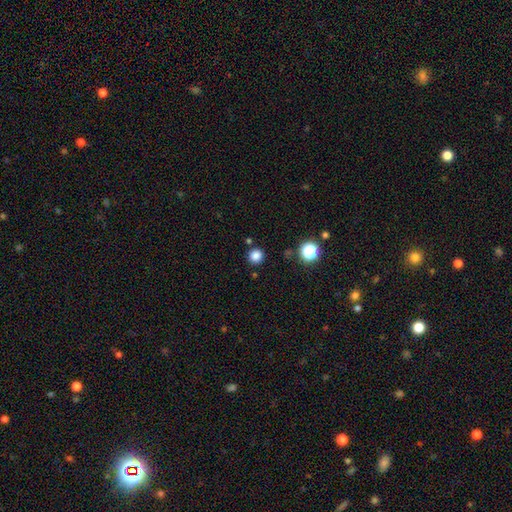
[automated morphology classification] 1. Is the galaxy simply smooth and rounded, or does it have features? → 83% smooth, 13% star or artifact, 3% featured or disk.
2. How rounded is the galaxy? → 94% round, 5% in between, 1% cigar-shaped.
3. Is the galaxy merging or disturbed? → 89% none, 6% minor disturbance, 3% merger, 2% major disturbance.